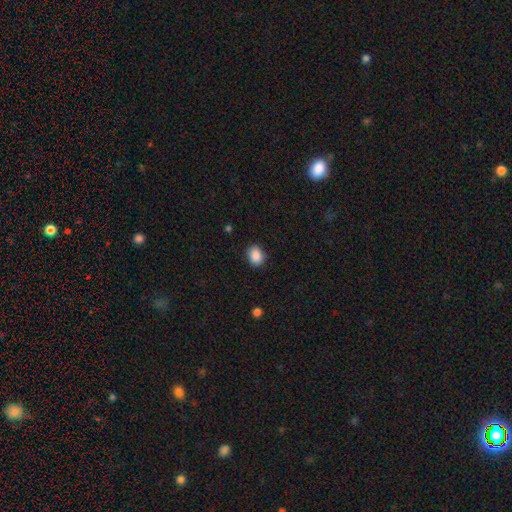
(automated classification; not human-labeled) Overall: smooth (88%). How rounded: in between (58%; round 41%). Merging: none (86%).